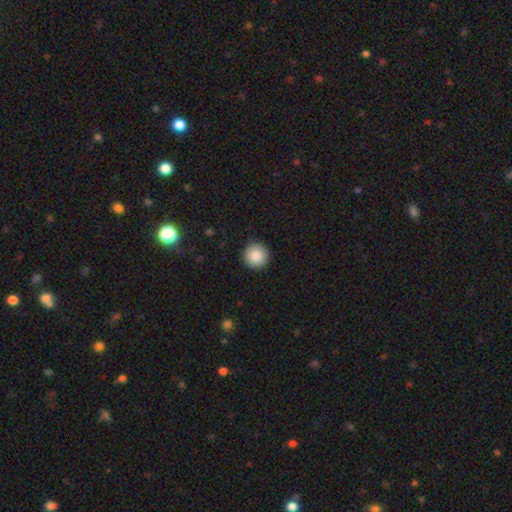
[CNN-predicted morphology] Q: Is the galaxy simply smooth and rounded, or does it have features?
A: smooth — 87%.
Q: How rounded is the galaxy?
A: round — 96%.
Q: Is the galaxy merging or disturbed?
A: none — 92%.